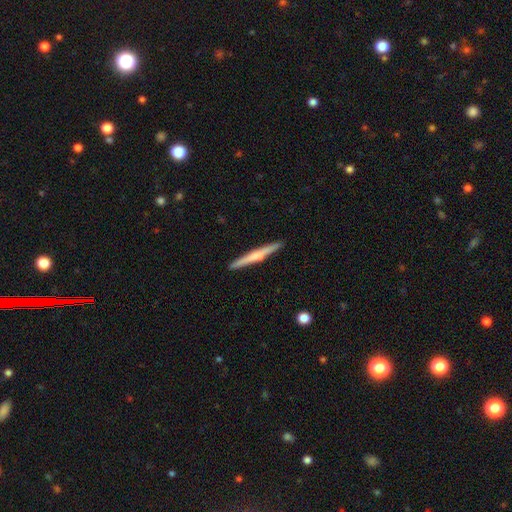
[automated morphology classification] smooth-or-featured: featured or disk: 53% | smooth: 42% | star or artifact: 6%
  disk-edge-on: yes: 98% | no: 2%
    edge-on-bulge: rounded: 48% | none: 38% | boxy: 14%
  merging: none: 91% | minor disturbance: 6% | major disturbance: 1% | merger: 1%